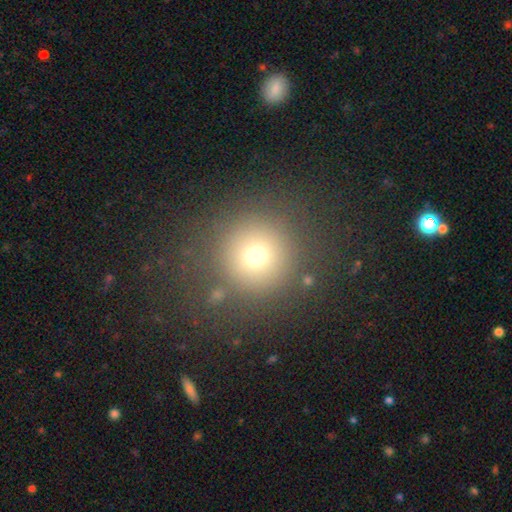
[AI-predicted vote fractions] Smooth or featured?
  - smooth: 70% *
  - star or artifact: 19%
  - featured or disk: 11%
How rounded?
  - round: 94% *
  - in between: 5%
  - cigar-shaped: 1%
Merging?
  - none: 84% *
  - minor disturbance: 8%
  - major disturbance: 5%
  - merger: 3%